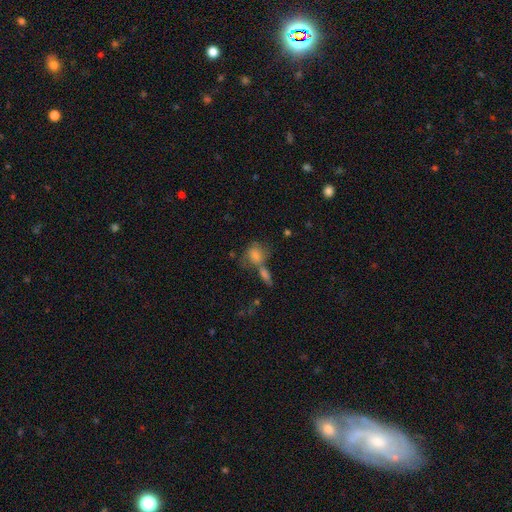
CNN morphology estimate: smooth_or_featured: smooth (p=0.75) [alt: featured or disk p=0.16]
how_rounded: round (p=0.50) [alt: in between p=0.47]
merging: merger (p=0.44) [alt: none p=0.33]